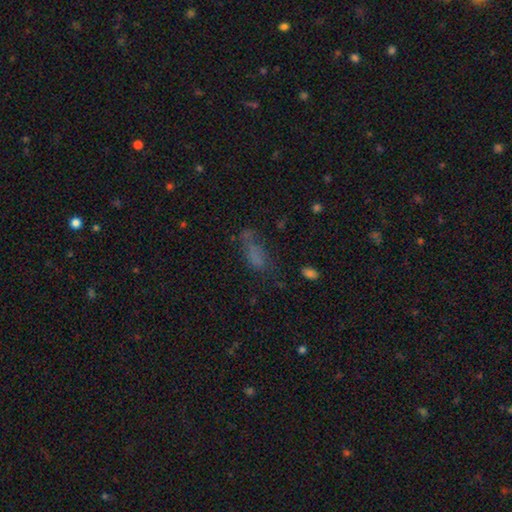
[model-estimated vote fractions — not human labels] This is likely a smooth galaxy (64%). How rounded: likely in between (79%). Merging: marginally none (37%).